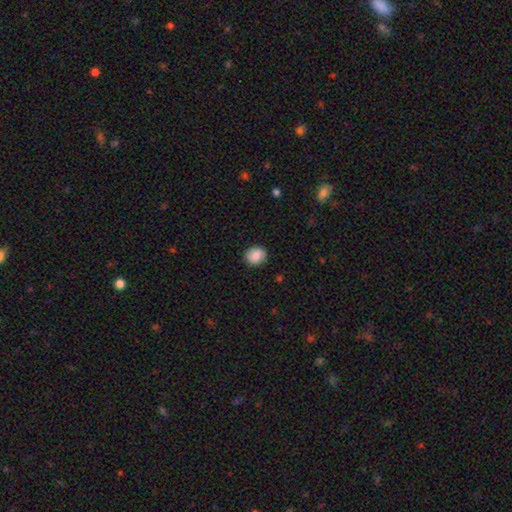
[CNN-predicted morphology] This is clearly a smooth galaxy (86%). How rounded: likely round (73%). Merging: clearly none (89%).